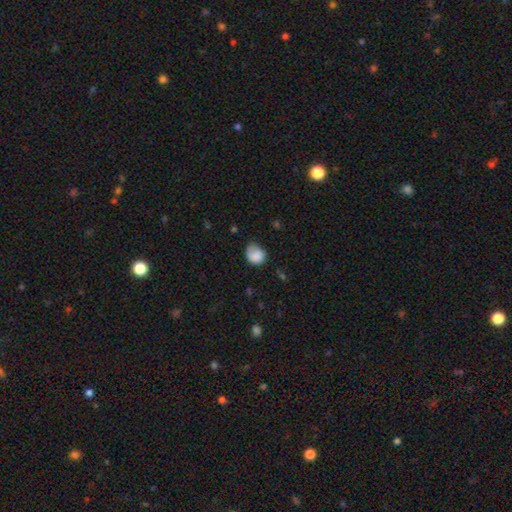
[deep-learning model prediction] Smooth or featured? smooth (83%)
How rounded? round (58%)
Merging? none (47%)